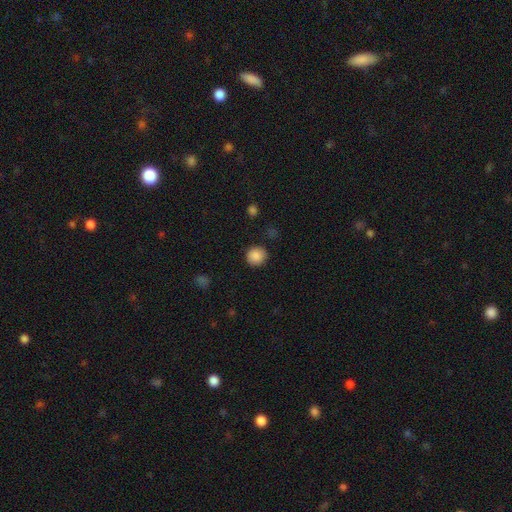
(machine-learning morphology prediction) This appears to be a smooth galaxy with no disk features (88%) that is round (91%). Merging: none (89%).